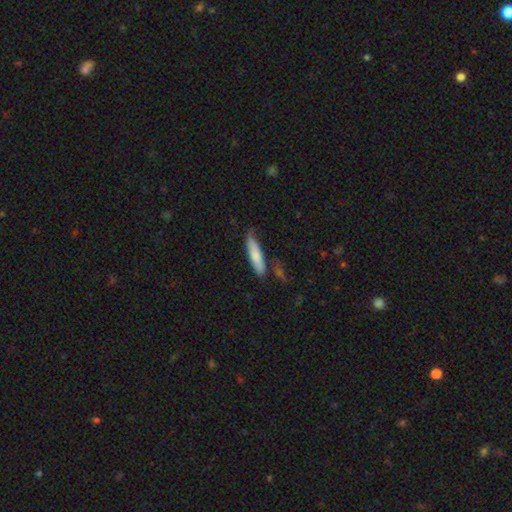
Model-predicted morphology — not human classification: Smooth or featured?
  - smooth: 76% *
  - featured or disk: 19%
  - star or artifact: 6%
How rounded?
  - cigar-shaped: 76% *
  - in between: 23%
  - round: 2%
Merging?
  - none: 69% *
  - minor disturbance: 21%
  - merger: 5%
  - major disturbance: 5%